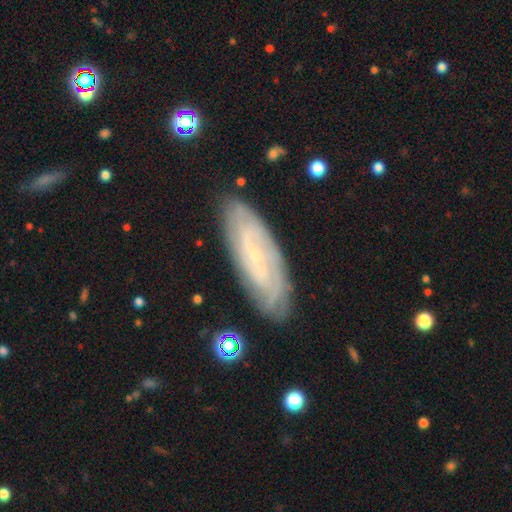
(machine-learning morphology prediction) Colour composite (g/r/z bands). It shows a featured or disk galaxy (76%) with no bar (53%), tight (65%) spiral arms (90%) and a small central bulge (85%). Merging: none (83%).